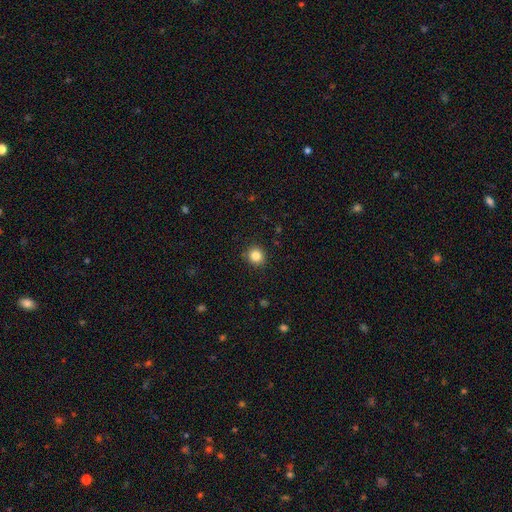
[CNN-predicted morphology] A smooth galaxy with no disk features (84%) that is round (88%).

Vote fractions:
- Smooth or featured? smooth: 84% / star or artifact: 11% / featured or disk: 5%
- How rounded? round: 88% / in between: 11% / cigar-shaped: 1%
- Merging? none: 90% / minor disturbance: 7% / major disturbance: 2% / merger: 1%